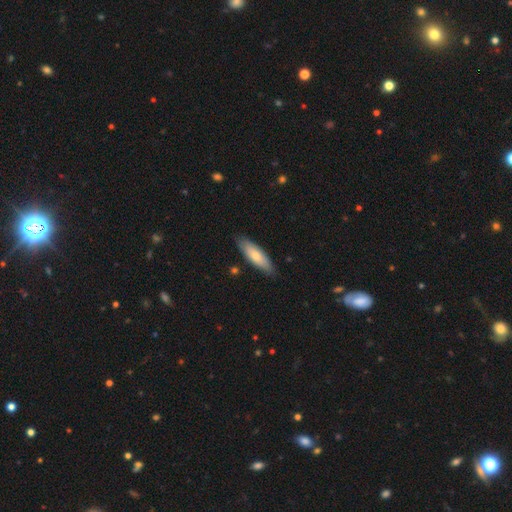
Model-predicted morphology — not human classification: Smooth or featured?
  - smooth: 70% *
  - featured or disk: 24%
  - star or artifact: 5%
How rounded?
  - cigar-shaped: 52% *
  - in between: 46%
  - round: 2%
Merging?
  - none: 85% *
  - minor disturbance: 12%
  - major disturbance: 2%
  - merger: 2%